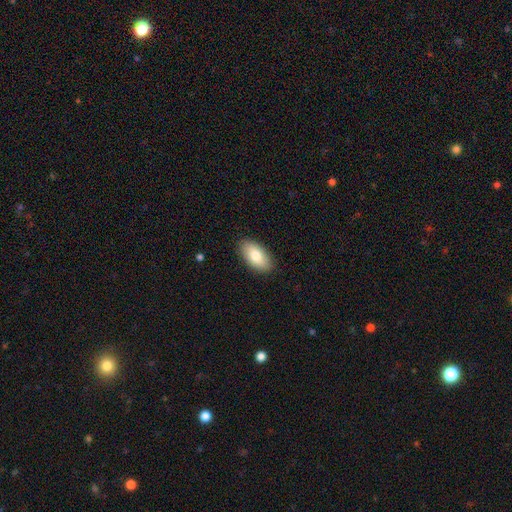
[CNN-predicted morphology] smooth_or_featured: smooth (p=0.80) [alt: featured or disk p=0.14]
how_rounded: in between (p=0.94) [alt: cigar-shaped p=0.03]
merging: none (p=0.88) [alt: minor disturbance p=0.09]